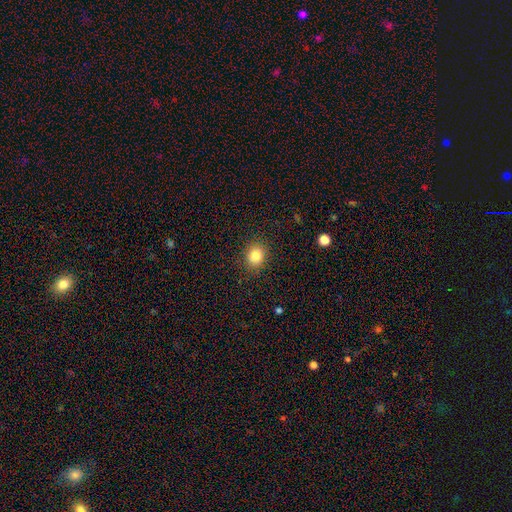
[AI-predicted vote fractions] smooth_or_featured: smooth (p=0.83) [alt: star or artifact p=0.11]
how_rounded: round (p=0.68) [alt: in between p=0.31]
merging: none (p=0.89) [alt: minor disturbance p=0.08]